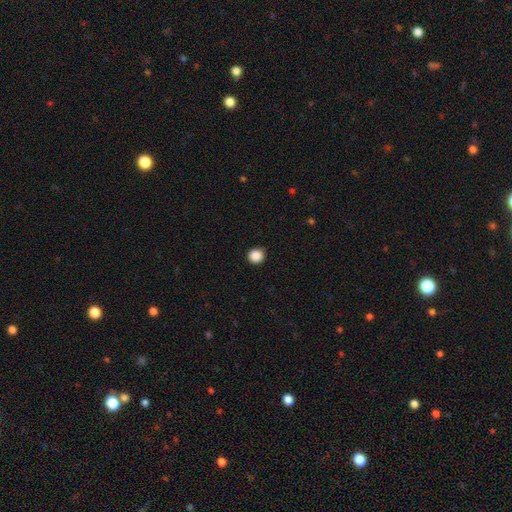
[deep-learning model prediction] smooth_or_featured: smooth (p=0.88) [alt: star or artifact p=0.10]
how_rounded: round (p=0.92) [alt: in between p=0.07]
merging: none (p=0.90) [alt: minor disturbance p=0.07]